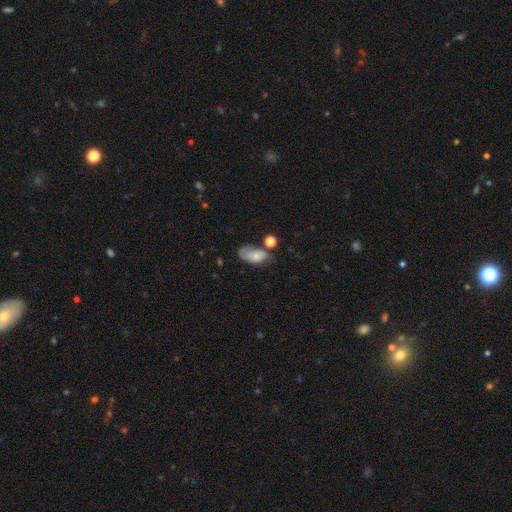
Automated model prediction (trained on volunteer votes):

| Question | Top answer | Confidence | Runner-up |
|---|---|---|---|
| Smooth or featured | smooth | 71% | featured or disk (20%) |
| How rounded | in between | 90% | round (6%) |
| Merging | none | 35% | minor disturbance (32%) |